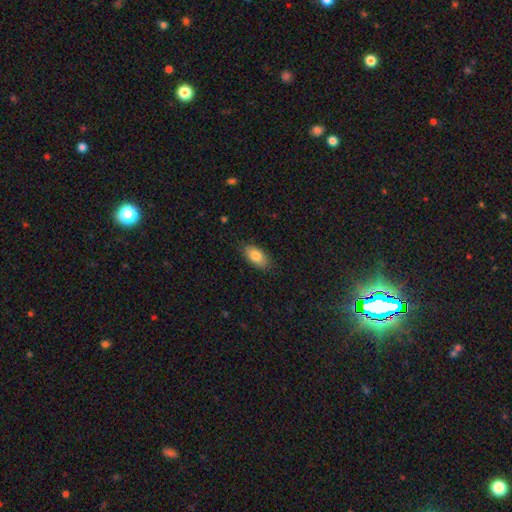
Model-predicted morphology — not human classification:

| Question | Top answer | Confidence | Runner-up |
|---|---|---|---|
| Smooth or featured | smooth | 82% | featured or disk (11%) |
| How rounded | in between | 92% | cigar-shaped (5%) |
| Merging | none | 85% | minor disturbance (12%) |